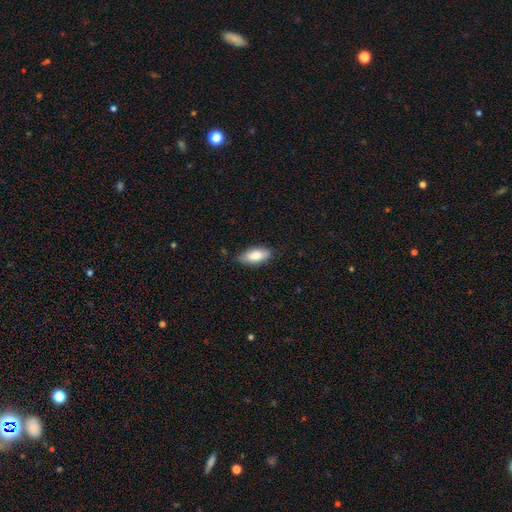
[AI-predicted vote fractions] Overall: smooth (81%). How rounded: in between (83%). Merging: none (79%).